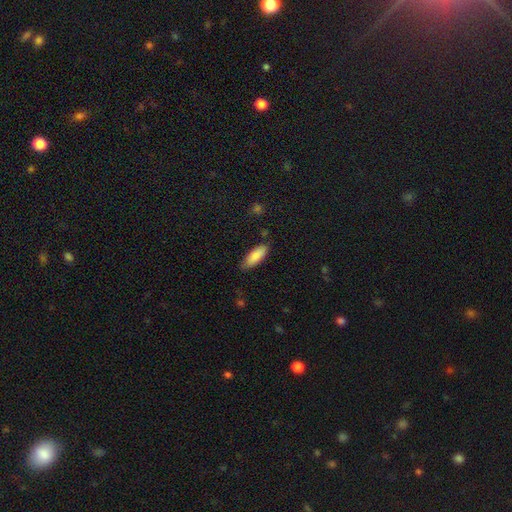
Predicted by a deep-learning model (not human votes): smooth_or_featured: smooth (p=0.86) [alt: featured or disk p=0.08]
how_rounded: in between (p=0.72) [alt: cigar-shaped p=0.26]
merging: none (p=0.78) [alt: minor disturbance p=0.17]